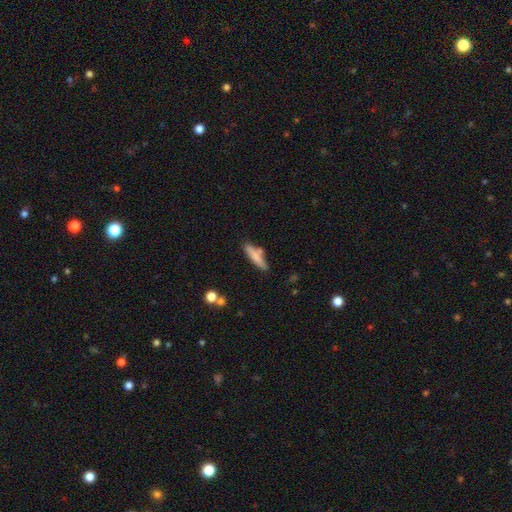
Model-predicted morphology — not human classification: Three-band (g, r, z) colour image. It shows a smooth galaxy with no disk features (73%) that is cigar-shaped (78%). Merging: none (72%).